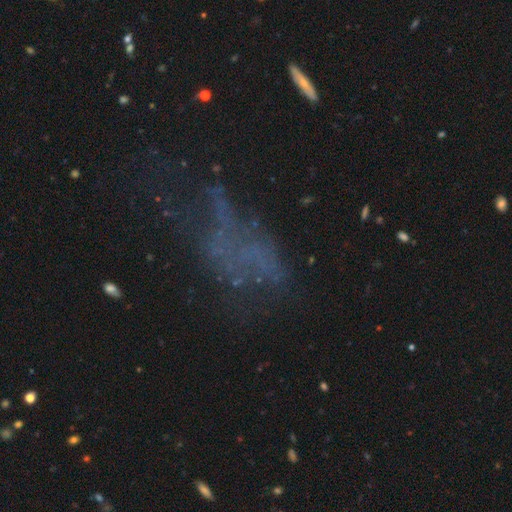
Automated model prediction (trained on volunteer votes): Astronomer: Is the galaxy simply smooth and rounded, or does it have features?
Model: featured or disk — 40% (runner-up: star or artifact, 34%).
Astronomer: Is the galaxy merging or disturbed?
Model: major disturbance — 40% (runner-up: none, 35%).